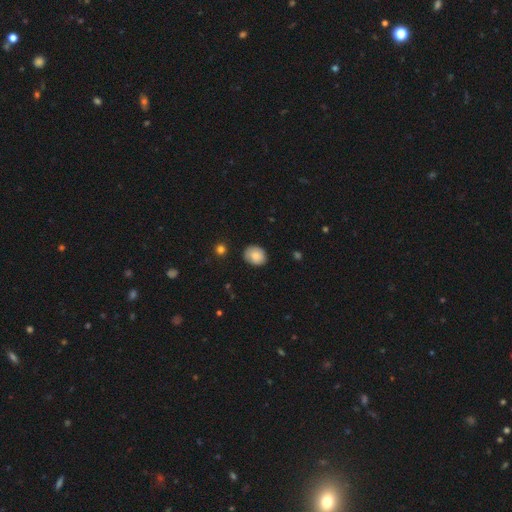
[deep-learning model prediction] Overall: smooth (85%). How rounded: round (58%; in between 41%). Merging: none (84%).